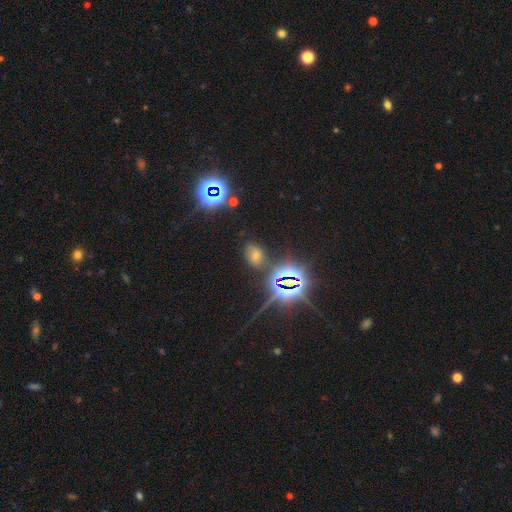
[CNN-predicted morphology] Overall: smooth (44%, tied with star or artifact). Merging: none (75%).